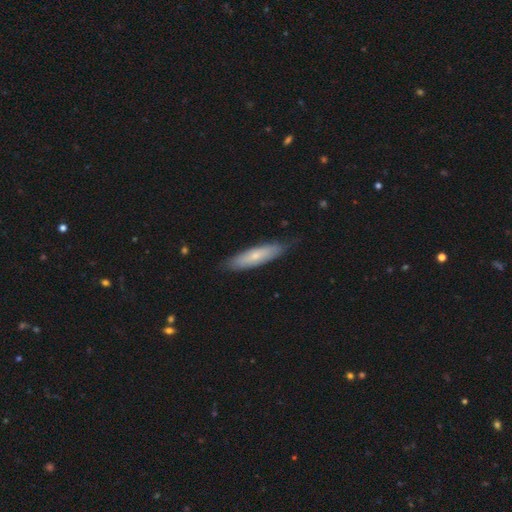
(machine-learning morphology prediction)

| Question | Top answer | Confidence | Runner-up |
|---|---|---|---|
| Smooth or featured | smooth | 62% | featured or disk (33%) |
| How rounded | cigar-shaped | 70% | in between (28%) |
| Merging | none | 79% | minor disturbance (17%) |